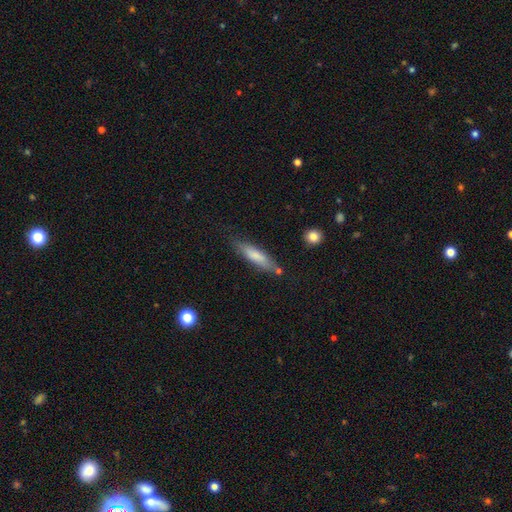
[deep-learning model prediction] Smooth or featured? smooth (73%)
How rounded? cigar-shaped (77%)
Merging? none (72%)